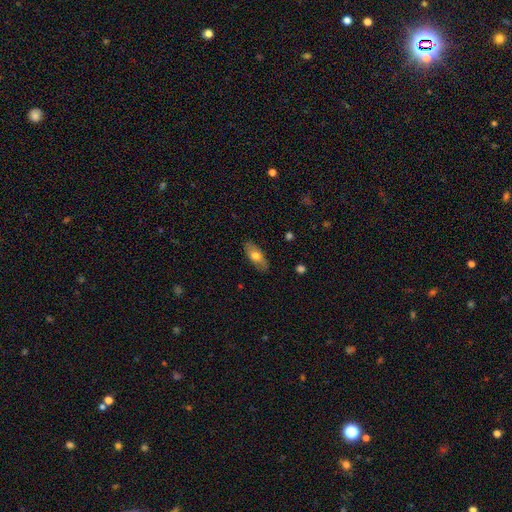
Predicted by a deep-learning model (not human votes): Overall: smooth (67%). How rounded: in between (81%). Merging: none (85%).